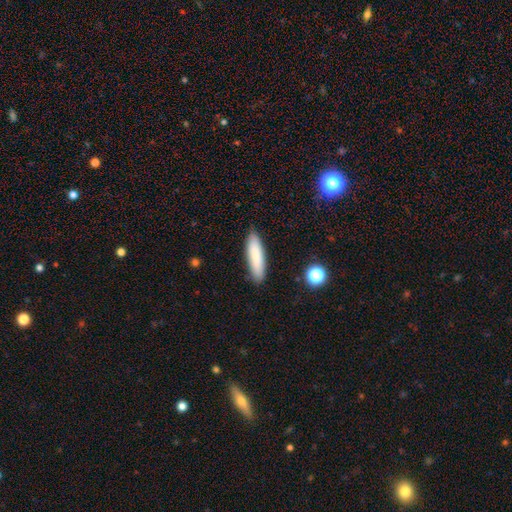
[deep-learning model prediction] Q: Smooth or featured?
A: smooth (83%); runner-up: featured or disk (10%)
Q: How rounded?
A: cigar-shaped (70%); runner-up: in between (29%)
Q: Merging?
A: none (88%); runner-up: minor disturbance (9%)